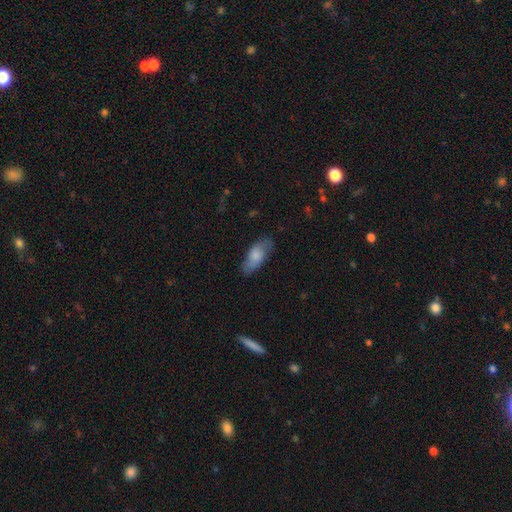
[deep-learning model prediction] Smooth or featured: smooth — 72% (featured or disk — 21%)
How rounded: in between — 84% (cigar-shaped — 14%)
Merging: none — 72% (minor disturbance — 21%)